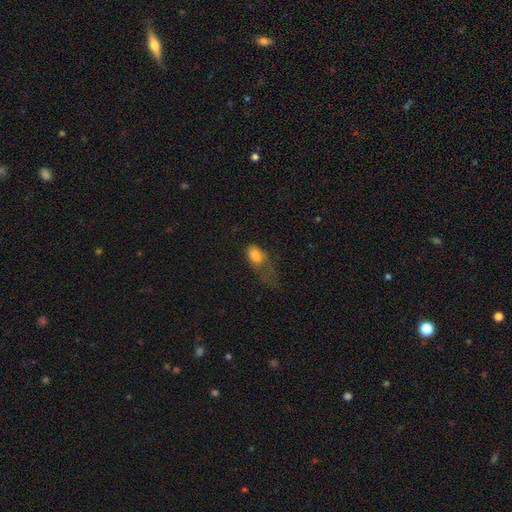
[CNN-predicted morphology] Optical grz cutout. It shows a smooth galaxy with no disk features (77%) that is in between round and cigar-shaped (82%). Merging: major disturbance (56%).